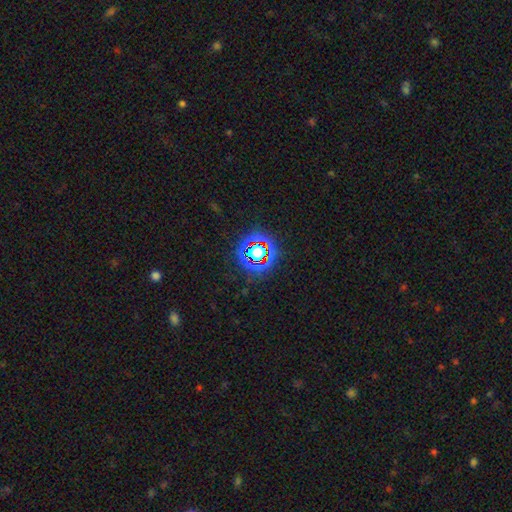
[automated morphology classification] Q: Smooth or featured?
A: star or artifact (76%); runner-up: smooth (15%)